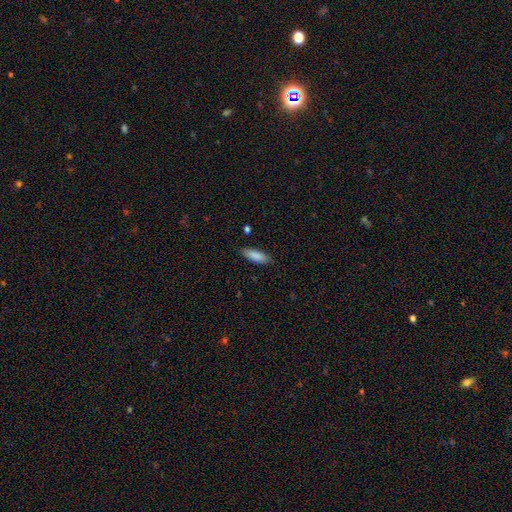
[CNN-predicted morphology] smooth_or_featured: smooth (p=0.87) [alt: featured or disk p=0.07]
how_rounded: in between (p=0.61) [alt: cigar-shaped p=0.37]
merging: none (p=0.84) [alt: minor disturbance p=0.13]